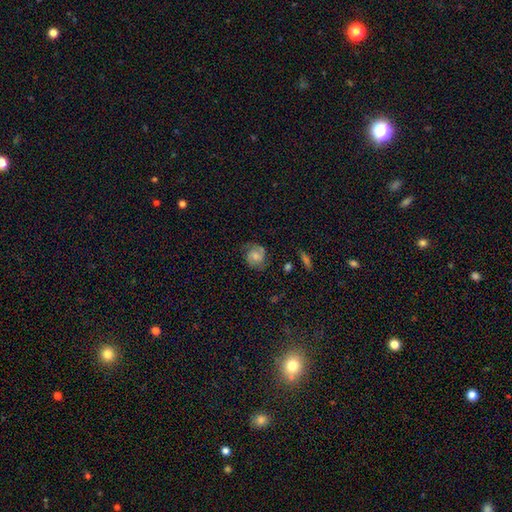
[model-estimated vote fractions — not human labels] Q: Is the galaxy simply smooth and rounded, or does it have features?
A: featured or disk — 62%.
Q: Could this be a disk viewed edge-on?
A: no — 97%.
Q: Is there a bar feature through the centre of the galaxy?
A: no — 58%.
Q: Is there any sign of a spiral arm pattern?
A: yes — 92%.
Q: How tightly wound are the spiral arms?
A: medium — 43%.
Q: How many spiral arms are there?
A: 2 — 77%.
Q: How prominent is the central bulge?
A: moderate — 45%.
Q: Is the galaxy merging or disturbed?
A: none — 70%.